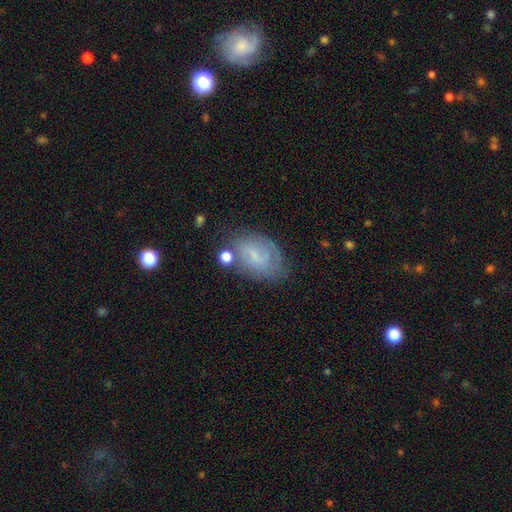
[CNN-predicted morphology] type=featured or disk (61%); edge-on=no (96%); bar=weak (49%); spiral arms=yes (80%); bulge=small (63%); merging=none (61%).